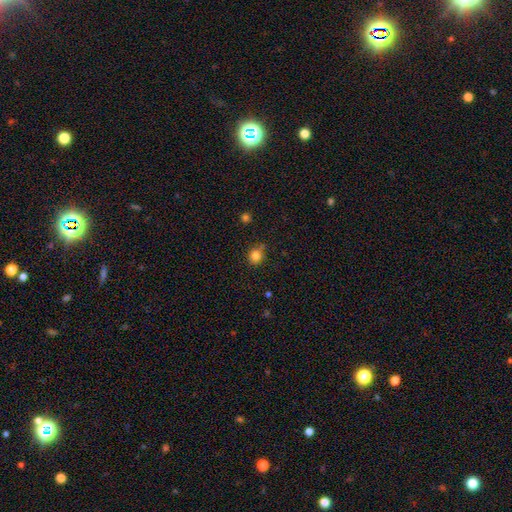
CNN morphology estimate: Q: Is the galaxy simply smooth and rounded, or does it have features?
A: smooth — 82%.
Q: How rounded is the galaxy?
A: round — 84%.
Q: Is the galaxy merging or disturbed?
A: none — 76%.